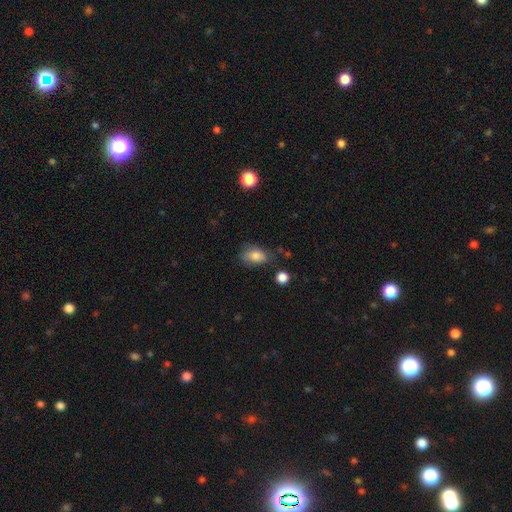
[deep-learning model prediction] smooth 82%, star or artifact 9%, featured or disk 9%. Down the decision tree: how rounded — in between (82%); merging — none (62%).